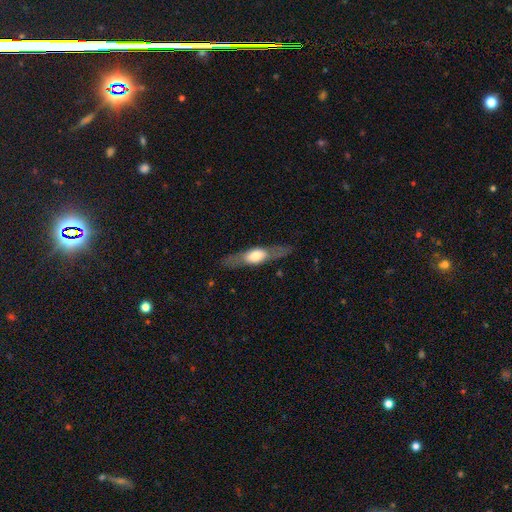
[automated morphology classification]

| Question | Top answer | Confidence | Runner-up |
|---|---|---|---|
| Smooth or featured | featured or disk | 55% | smooth (39%) |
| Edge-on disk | yes | 75% | no (25%) |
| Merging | none | 79% | minor disturbance (13%) |